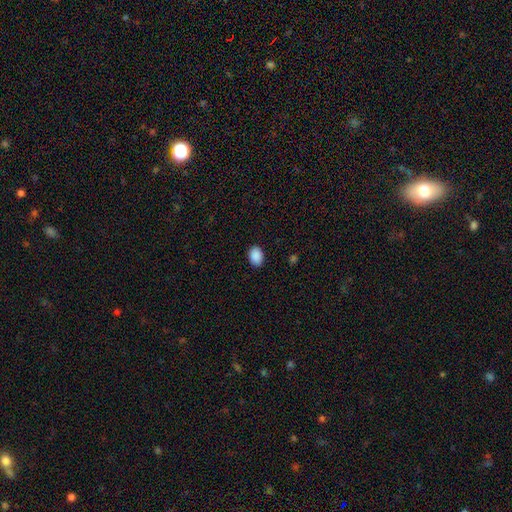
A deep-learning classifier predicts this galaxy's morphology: smooth_or_featured: smooth (p=0.90) [alt: star or artifact p=0.07]
how_rounded: in between (p=0.79) [alt: round p=0.20]
merging: none (p=0.89) [alt: minor disturbance p=0.08]